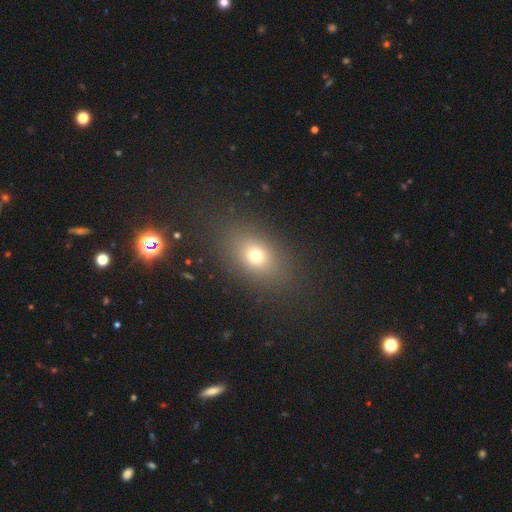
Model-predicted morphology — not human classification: smooth 71%, star or artifact 17%, featured or disk 12%. Down the decision tree: how rounded — in between (68%); merging — none (83%).